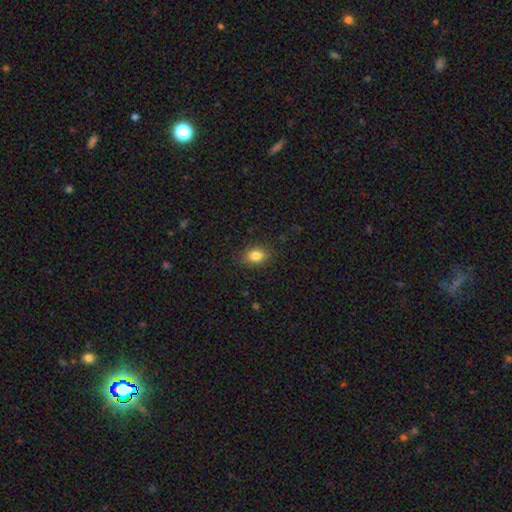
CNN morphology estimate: type=smooth (84%); roundness=in between (73%); merging=none (86%).